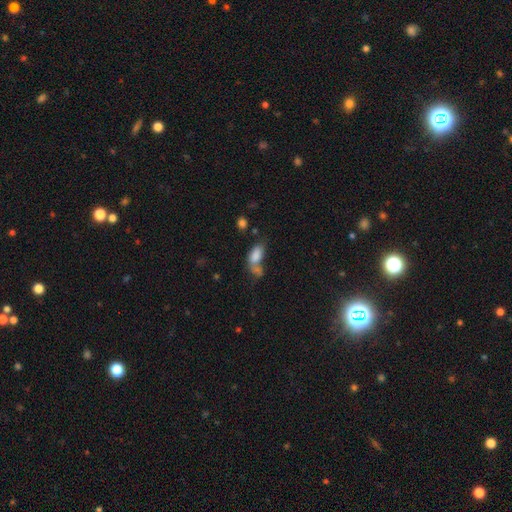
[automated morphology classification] Smooth or featured? smooth (80%)
How rounded? in between (90%)
Merging? merger (45%)